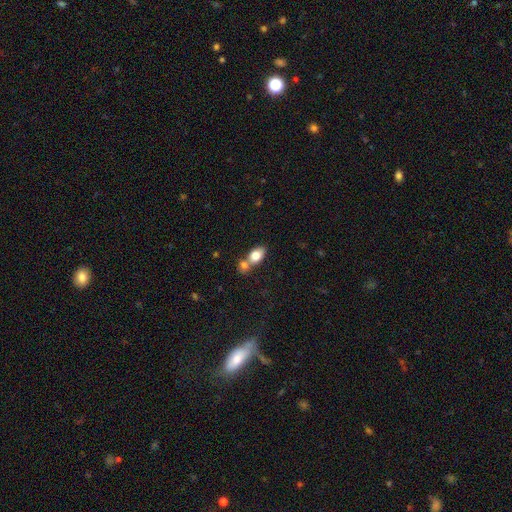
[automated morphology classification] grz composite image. It shows a smooth galaxy with no disk features (78%) that is in between round and cigar-shaped (83%). Merging: merger (47%).